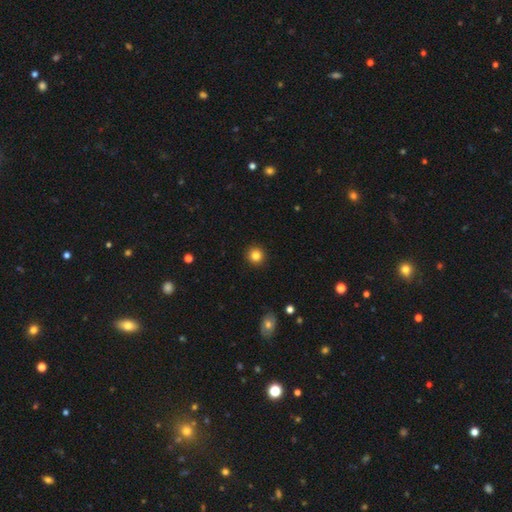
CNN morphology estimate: Smooth or featured: smooth — 83% (star or artifact — 11%)
How rounded: round — 94% (in between — 5%)
Merging: none — 92% (minor disturbance — 5%)